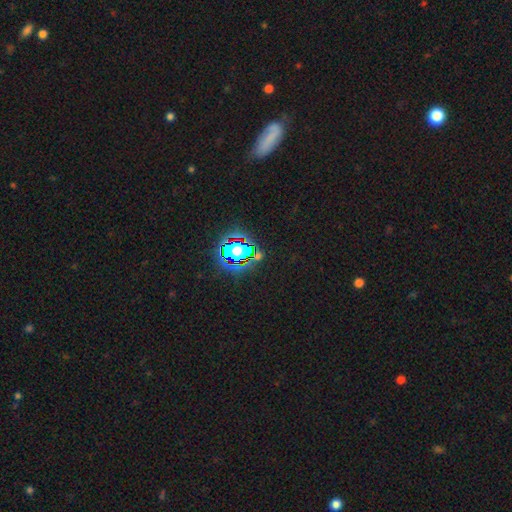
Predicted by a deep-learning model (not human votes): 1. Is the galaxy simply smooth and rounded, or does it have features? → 73% star or artifact, 18% smooth, 10% featured or disk.